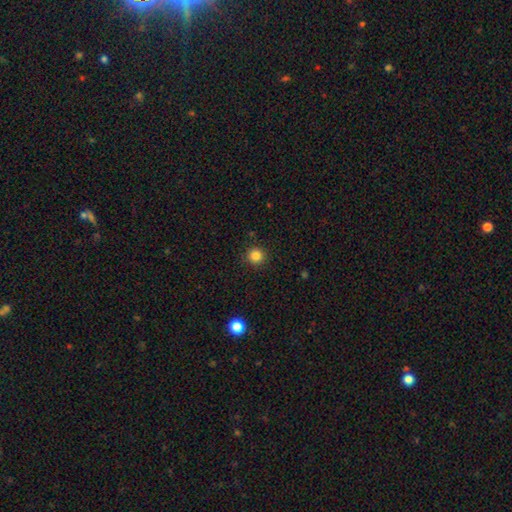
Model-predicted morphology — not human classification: type=smooth (85%); roundness=round (95%); merging=none (91%).